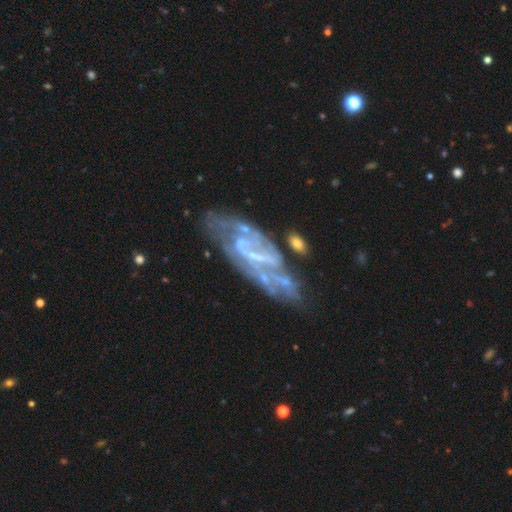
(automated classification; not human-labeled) This appears to be a featured or disk galaxy (80%) with a weak bar (37%), spiral arms (68%) and a small central bulge (45%). Merging: none (52%).